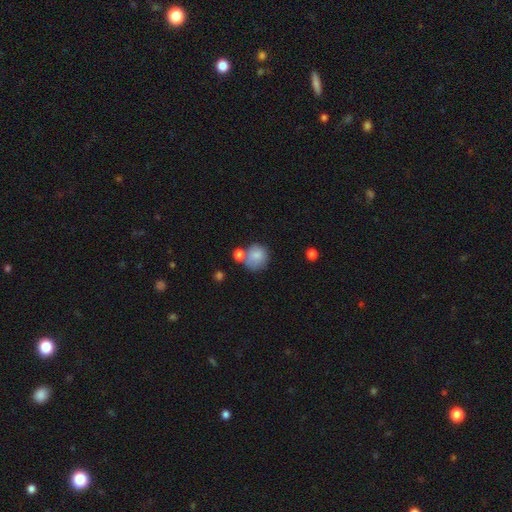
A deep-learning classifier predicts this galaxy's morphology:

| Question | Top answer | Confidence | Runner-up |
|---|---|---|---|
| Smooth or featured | smooth | 82% | featured or disk (9%) |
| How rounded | round | 86% | in between (13%) |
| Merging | none | 56% | merger (23%) |